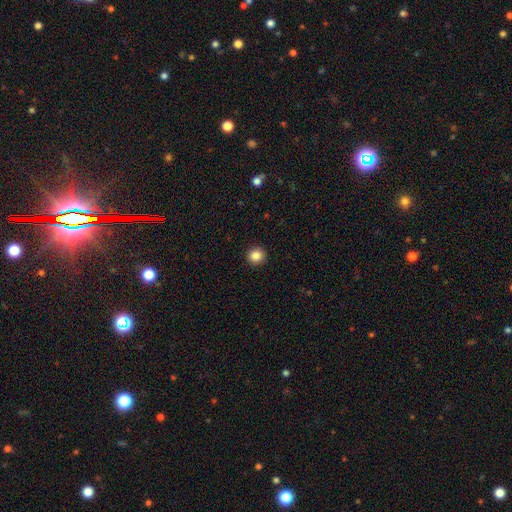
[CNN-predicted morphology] This is clearly a smooth galaxy (86%). How rounded: clearly round (91%). Merging: clearly none (92%).